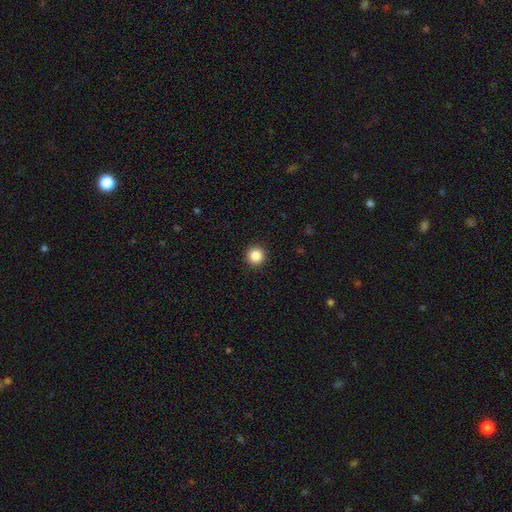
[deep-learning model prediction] smooth_or_featured: smooth (p=0.86) [alt: star or artifact p=0.11]
how_rounded: round (p=0.96) [alt: in between p=0.03]
merging: none (p=0.93) [alt: minor disturbance p=0.04]